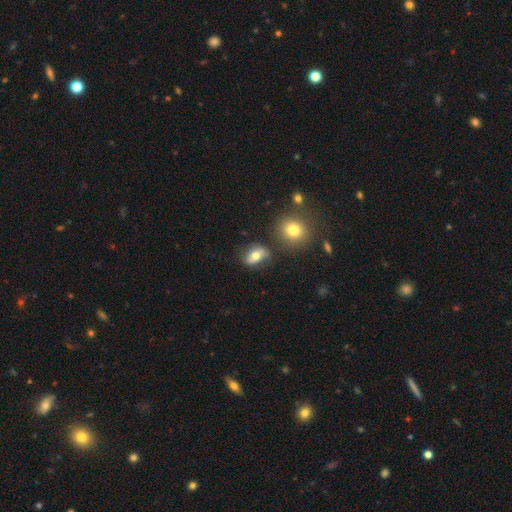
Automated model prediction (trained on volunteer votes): Smooth or featured: smooth — 59% (featured or disk — 30%)
How rounded: in between — 71% (round — 25%)
Merging: none — 69% (minor disturbance — 17%)